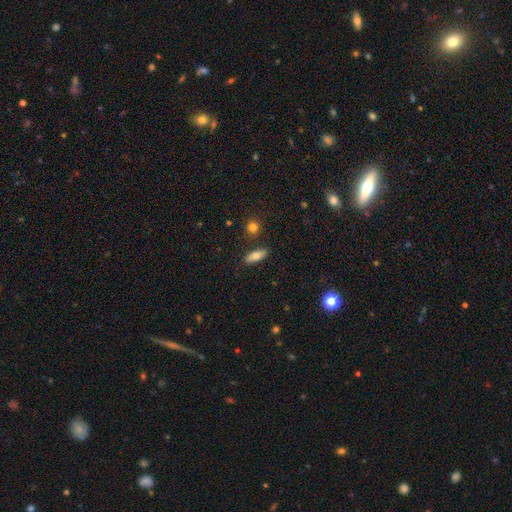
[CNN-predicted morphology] type=smooth (74%); roundness=in between (71%); merging=none (84%).